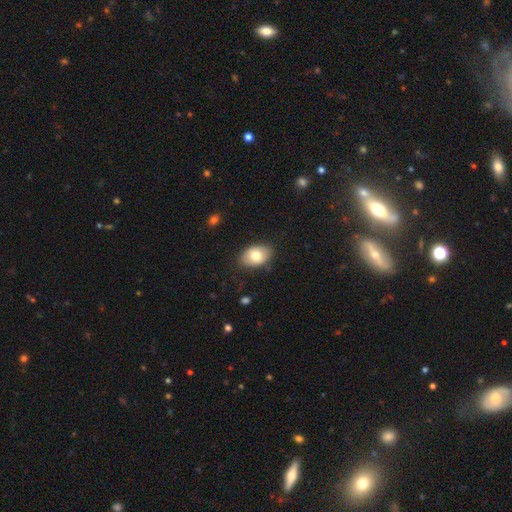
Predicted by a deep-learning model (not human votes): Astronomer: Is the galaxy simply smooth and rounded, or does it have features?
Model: smooth — 77%.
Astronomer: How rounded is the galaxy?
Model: in between — 84%.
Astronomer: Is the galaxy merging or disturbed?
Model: none — 83%.